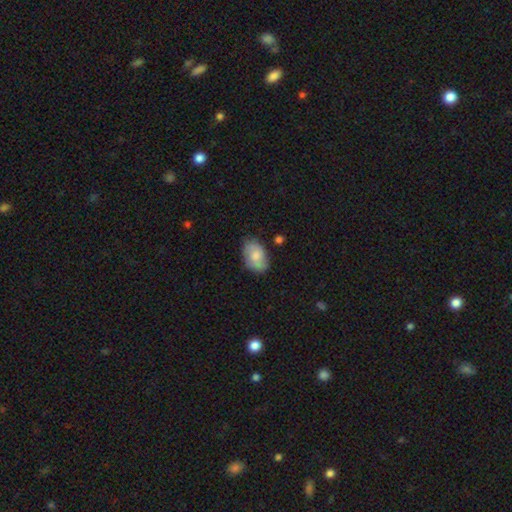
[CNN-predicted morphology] This appears to be a smooth galaxy with no disk features (69%) that is in between round and cigar-shaped (88%). Merging: none (73%).